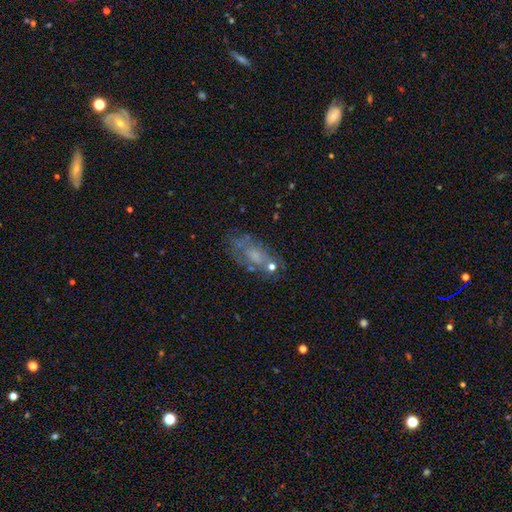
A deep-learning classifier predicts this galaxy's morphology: Smooth or featured? featured or disk (46%)
Merging? none (56%)